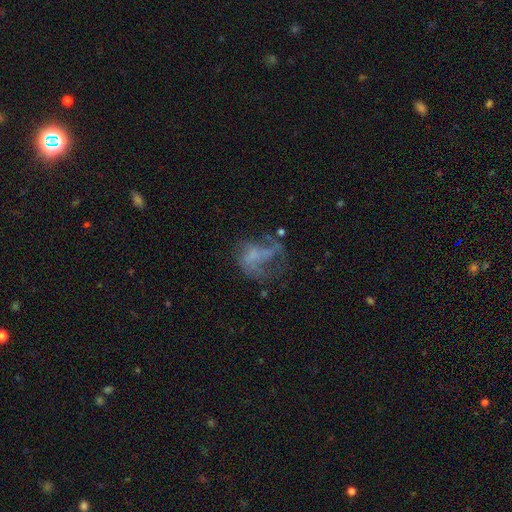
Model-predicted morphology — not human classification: This is possibly a featured or disk galaxy (54%). It is clearly not viewed edge-on (98%). Bar: likely no (78%). Spiral arm pattern: likely no (64%). Central bulge: likely none (69%). Merging: possibly major disturbance (47%).